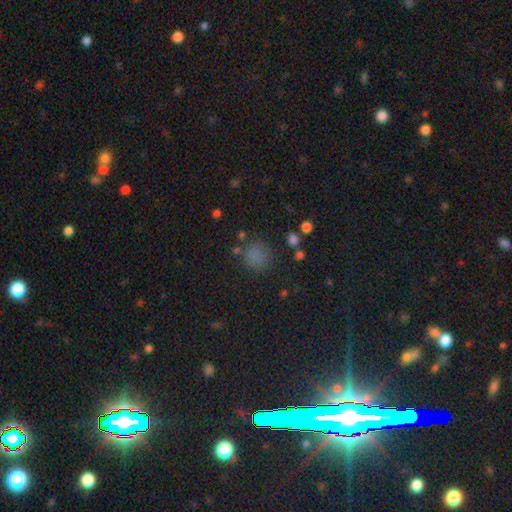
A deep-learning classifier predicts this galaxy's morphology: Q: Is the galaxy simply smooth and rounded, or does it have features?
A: smooth — 74%.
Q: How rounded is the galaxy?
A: round — 88%.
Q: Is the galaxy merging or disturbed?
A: none — 74%.